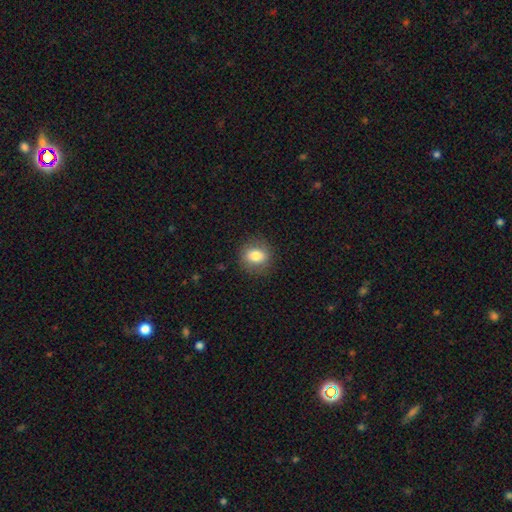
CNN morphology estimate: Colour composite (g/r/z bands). It shows a smooth galaxy with no disk features (80%) that is round (67%). Merging: none (86%).